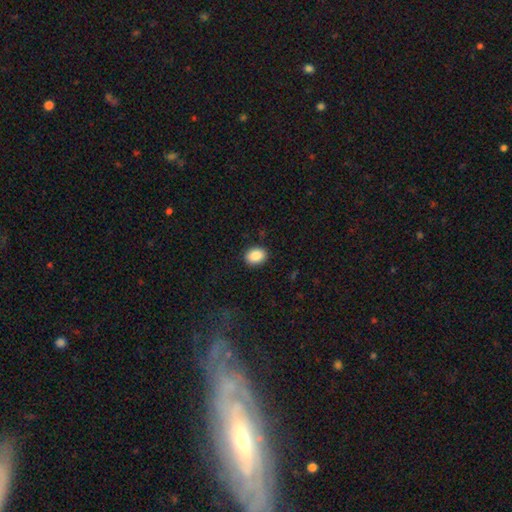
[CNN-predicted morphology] smooth_or_featured: smooth (p=0.89) [alt: star or artifact p=0.08]
how_rounded: in between (p=0.59) [alt: round p=0.40]
merging: none (p=0.89) [alt: minor disturbance p=0.07]